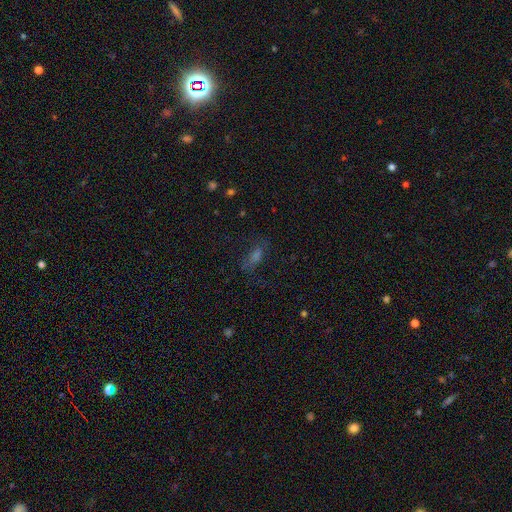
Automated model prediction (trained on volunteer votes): The model was most divided on "smooth or featured": smooth: 43%, star or artifact: 32%, featured or disk: 25%. More confident: merging — none (70%).